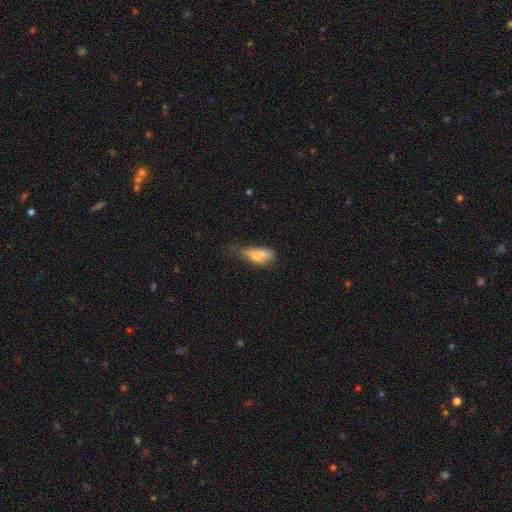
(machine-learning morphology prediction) This appears to be a smooth galaxy with no disk features (72%) that is in between round and cigar-shaped (74%). Merging: minor disturbance (37%).